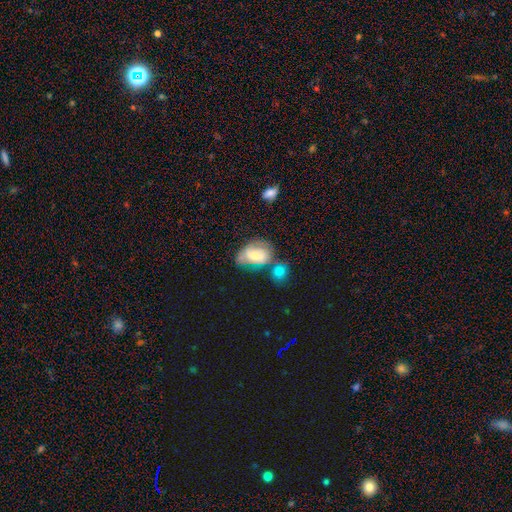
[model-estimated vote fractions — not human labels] smooth 50%, featured or disk 42%, star or artifact 8%. Down the decision tree: how rounded — in between (78%); merging — none (39%).